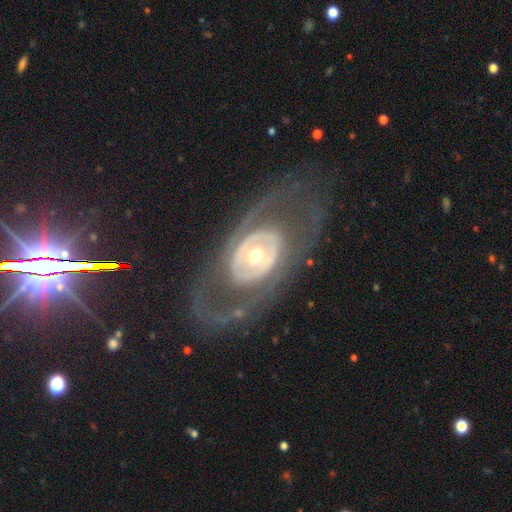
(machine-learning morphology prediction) smooth_or_featured: featured or disk (p=0.79) [alt: smooth p=0.15]
disk_edge_on: no (p=0.91) [alt: yes p=0.09]
bar: no (p=0.77) [alt: weak p=0.15]
has_spiral_arms: no (p=0.59) [alt: yes p=0.41]
bulge_size: moderate (p=0.62) [alt: small p=0.26]
merging: none (p=0.70) [alt: major disturbance p=0.16]